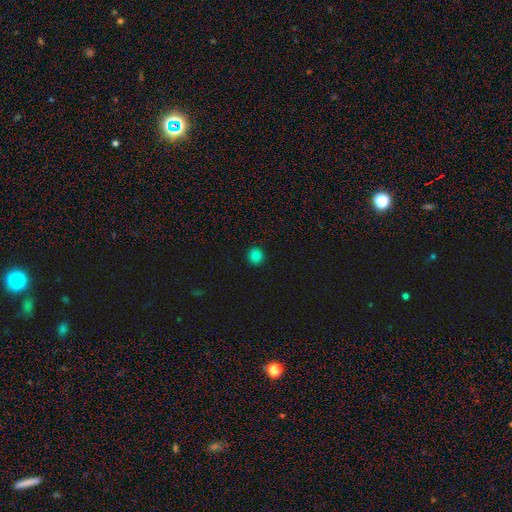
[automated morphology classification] smooth-or-featured: smooth: 83% | star or artifact: 13% | featured or disk: 4%
  how-rounded: round: 92% | in between: 7% | cigar-shaped: 1%
  merging: none: 93% | minor disturbance: 5% | major disturbance: 2% | merger: 1%